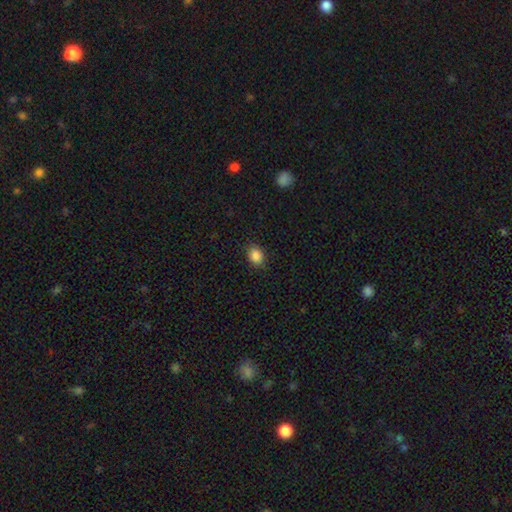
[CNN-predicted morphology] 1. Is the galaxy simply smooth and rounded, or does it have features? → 87% smooth, 10% star or artifact, 4% featured or disk.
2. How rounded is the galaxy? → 56% in between, 43% round, 1% cigar-shaped.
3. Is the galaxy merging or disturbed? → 87% none, 10% minor disturbance, 2% major disturbance, 1% merger.